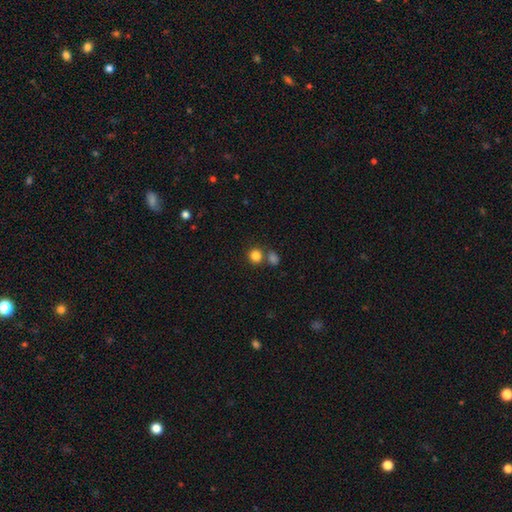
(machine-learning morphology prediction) smooth_or_featured: smooth (p=0.83) [alt: star or artifact p=0.11]
how_rounded: round (p=0.87) [alt: in between p=0.12]
merging: none (p=0.63) [alt: merger p=0.26]